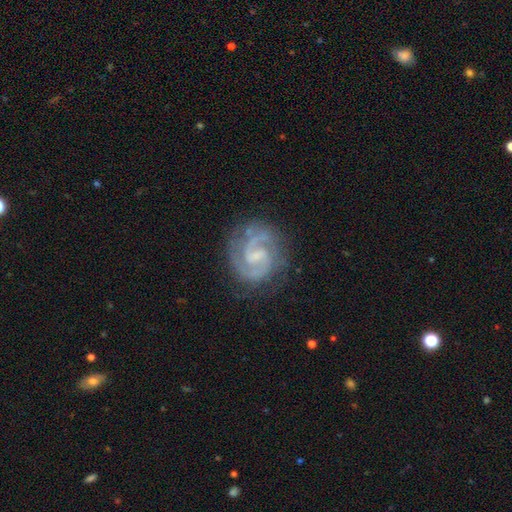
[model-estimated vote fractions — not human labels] smooth-or-featured: featured or disk: 91% | star or artifact: 5% | smooth: 4%
  disk-edge-on: no: 98% | yes: 2%
    bar: weak: 56% | no: 28% | strong: 16%
    has-spiral-arms: yes: 98% | no: 2%
      spiral-winding: medium: 50% | tight: 43% | loose: 7%
      spiral-arm-count: 2: 88% | 3: 4% | can't tell: 3% | 1: 1% | 4: 1% | more than 4: 1%
    bulge-size: small: 52% | none: 24% | moderate: 22% | large: 2% | dominant: 1%
  merging: none: 79% | minor disturbance: 14% | major disturbance: 5% | merger: 1%